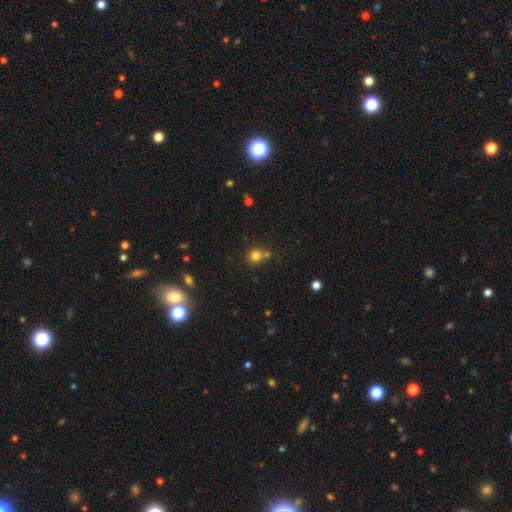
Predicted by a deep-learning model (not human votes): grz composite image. It shows a smooth galaxy with no disk features (78%) that is round (86%). Merging: none (61%).